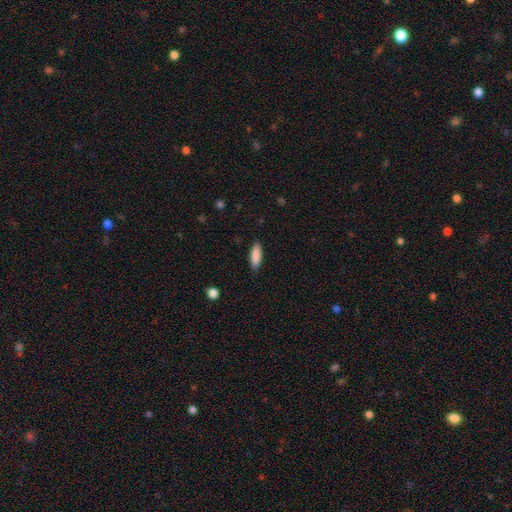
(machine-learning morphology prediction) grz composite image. It shows a smooth galaxy with no disk features (88%) that is cigar-shaped (50%). Merging: none (87%).